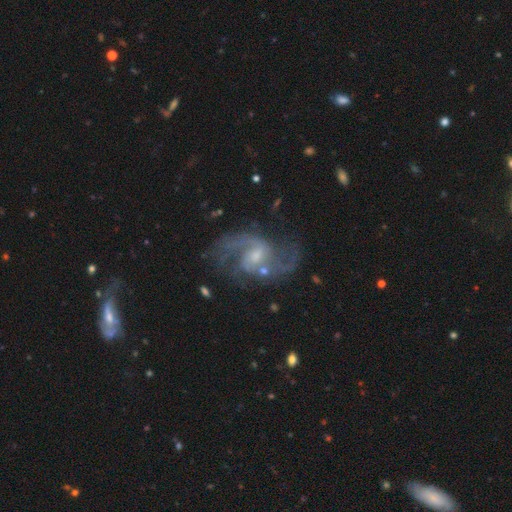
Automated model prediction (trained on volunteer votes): Overall: featured or disk (90%). Edge-on disk: no (98%). Bar: weak (57%; no 28%). Spiral arms: yes (98%). Spiral arm count: 2 (89%). Spiral winding: medium (54%; loose 35%). Bulge size: small (54%; moderate 34%). Merging: none (71%).